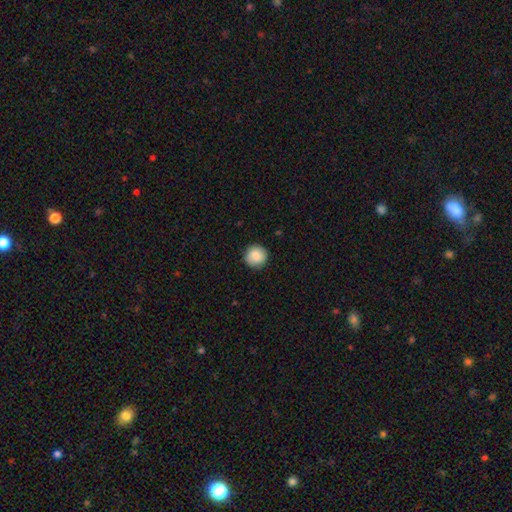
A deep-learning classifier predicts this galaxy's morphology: Smooth or featured?
  - smooth: 85% *
  - featured or disk: 8%
  - star or artifact: 7%
How rounded?
  - round: 95% *
  - in between: 4%
  - cigar-shaped: 1%
Merging?
  - none: 91% *
  - minor disturbance: 7%
  - major disturbance: 2%
  - merger: 1%